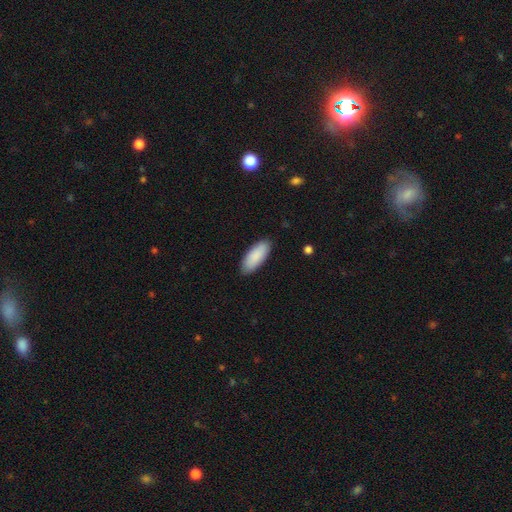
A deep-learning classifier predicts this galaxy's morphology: smooth 89%, featured or disk 6%, star or artifact 5%. Down the decision tree: how rounded — in between (81%); merging — none (86%).